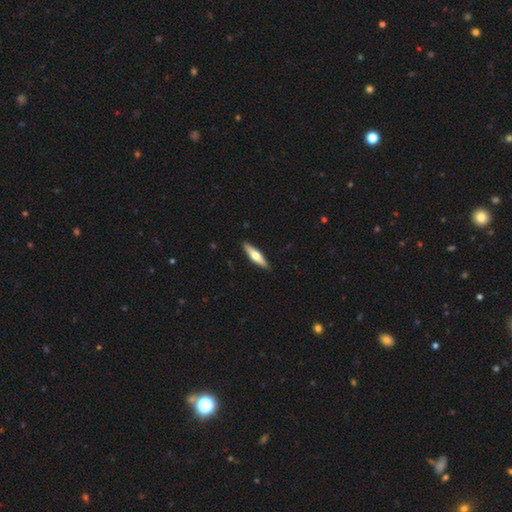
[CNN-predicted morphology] This appears to be a smooth galaxy with no disk features (49%). Merging: none (91%).